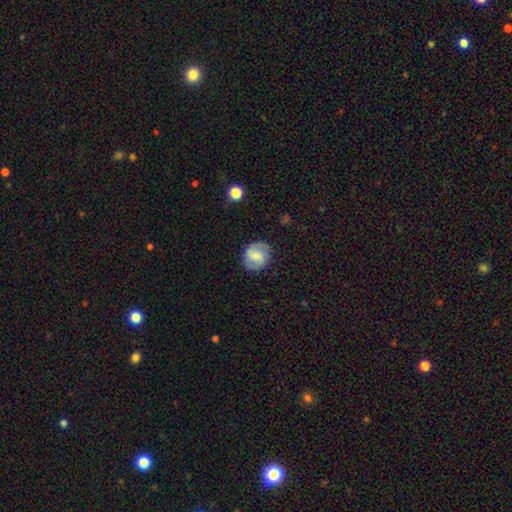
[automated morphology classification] Smooth or featured: featured or disk — 53% (smooth — 39%)
Edge-on disk: no — 98% (yes — 2%)
Bar: weak — 53% (no — 27%)
Spiral arms: yes — 86% (no — 14%)
Bulge size: moderate — 34% (small — 31%)
Merging: none — 80% (minor disturbance — 14%)